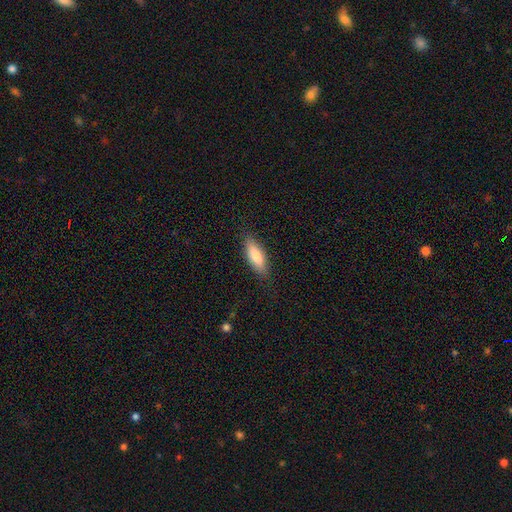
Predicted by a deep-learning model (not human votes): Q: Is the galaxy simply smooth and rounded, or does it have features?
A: smooth — 82%.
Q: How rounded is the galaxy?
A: in between — 58%.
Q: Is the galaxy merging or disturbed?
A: none — 85%.